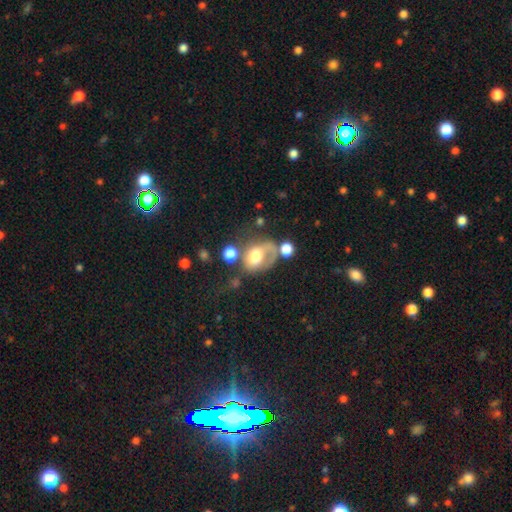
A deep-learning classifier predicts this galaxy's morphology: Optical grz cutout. It shows a smooth galaxy with no disk features (48%). Merging: major disturbance (32%).